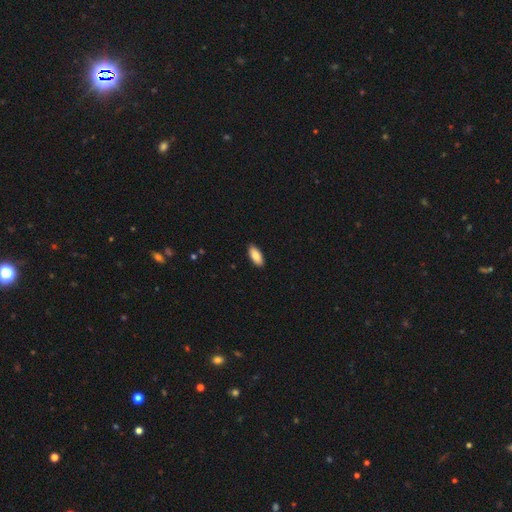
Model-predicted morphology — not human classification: Overall: smooth (86%). How rounded: in between (87%). Merging: none (89%).